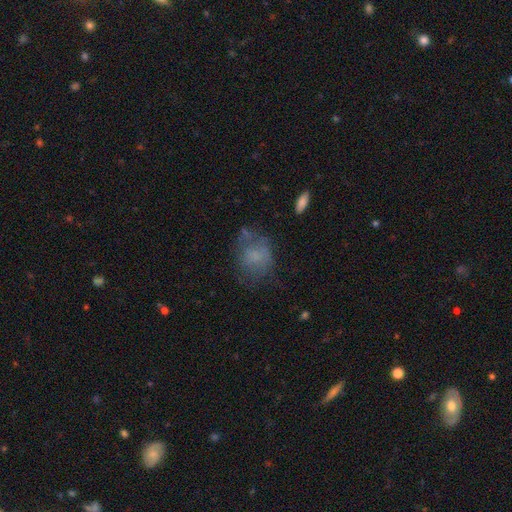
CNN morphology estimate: Smooth or featured? smooth (62%)
How rounded? round (57%)
Merging? none (49%)